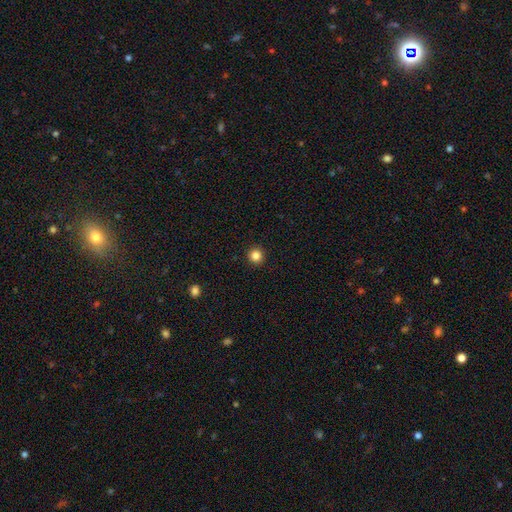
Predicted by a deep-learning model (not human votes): Morphology: type=smooth (85%); roundness=round (96%); merging=none (94%).